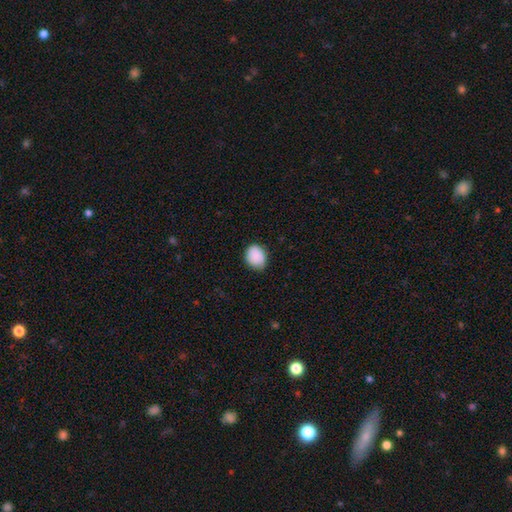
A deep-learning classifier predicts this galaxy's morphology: This is clearly a smooth galaxy (89%). How rounded: possibly round (50%). Merging: likely none (75%).